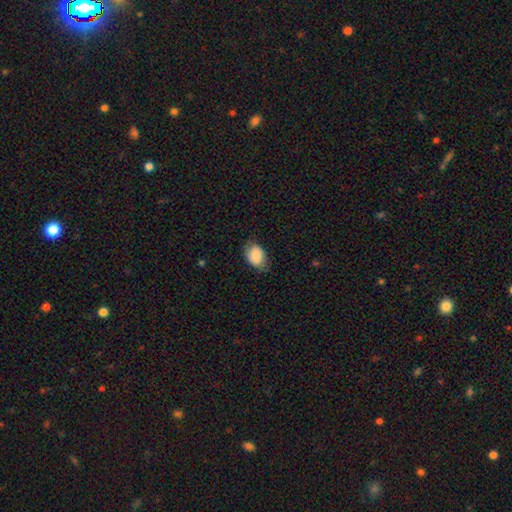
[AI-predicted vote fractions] The model was most divided on "merging": none: 68%, minor disturbance: 25%, major disturbance: 6%, merger: 1%. More confident: how rounded — in between (83%); smooth or featured — smooth (81%).